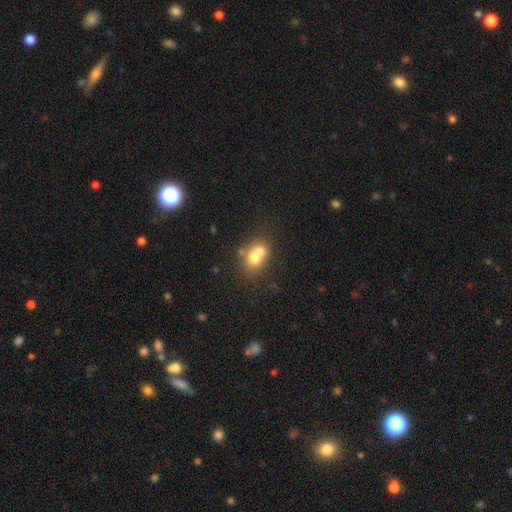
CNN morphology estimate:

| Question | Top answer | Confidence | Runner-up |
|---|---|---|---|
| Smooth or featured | smooth | 67% | featured or disk (22%) |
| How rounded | round | 50% | in between (49%) |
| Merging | merger | 57% | none (30%) |